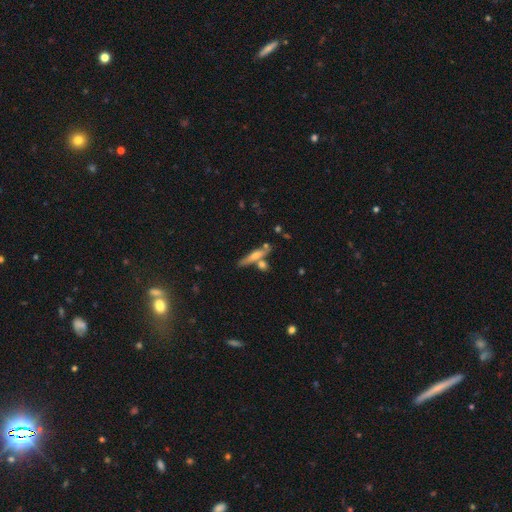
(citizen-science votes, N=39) Q: Smooth or featured?
A: smooth (59%); runner-up: featured or disk (38%)
Q: How rounded?
A: cigar-shaped (87%); runner-up: in between (13%)
Q: Merging?
A: none (58%); runner-up: merger (34%)